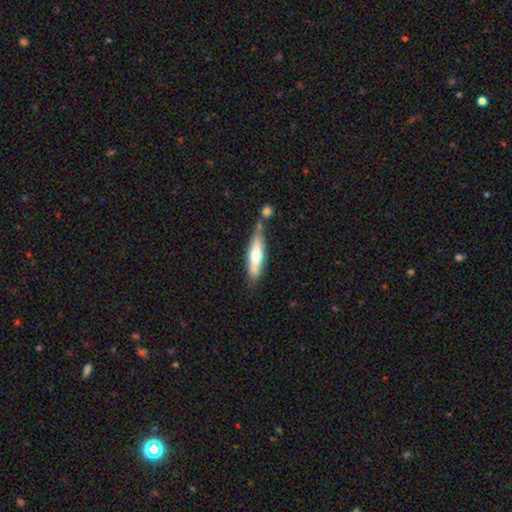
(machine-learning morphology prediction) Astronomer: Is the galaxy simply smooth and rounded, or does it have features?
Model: smooth — 52% (runner-up: featured or disk, 42%).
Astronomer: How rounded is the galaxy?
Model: cigar-shaped — 71%.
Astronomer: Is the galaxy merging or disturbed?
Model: none — 54%.